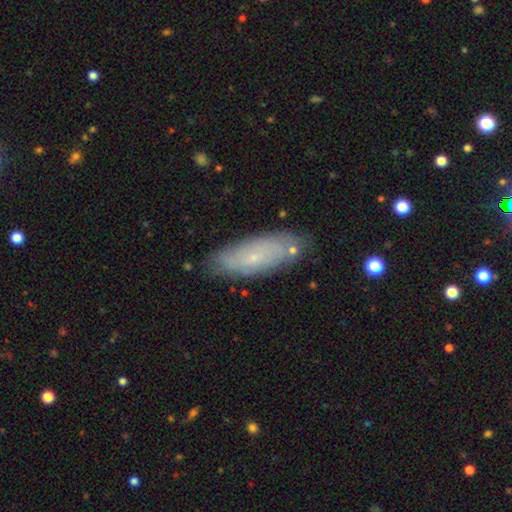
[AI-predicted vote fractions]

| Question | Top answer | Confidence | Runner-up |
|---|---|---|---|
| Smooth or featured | smooth | 51% | featured or disk (41%) |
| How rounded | in between | 66% | cigar-shaped (31%) |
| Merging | none | 79% | minor disturbance (15%) |